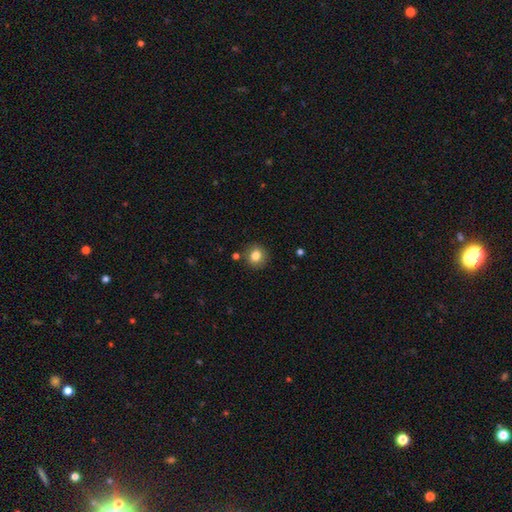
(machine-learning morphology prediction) smooth 82%, star or artifact 10%, featured or disk 7%. Down the decision tree: how rounded — round (89%); merging — none (87%).